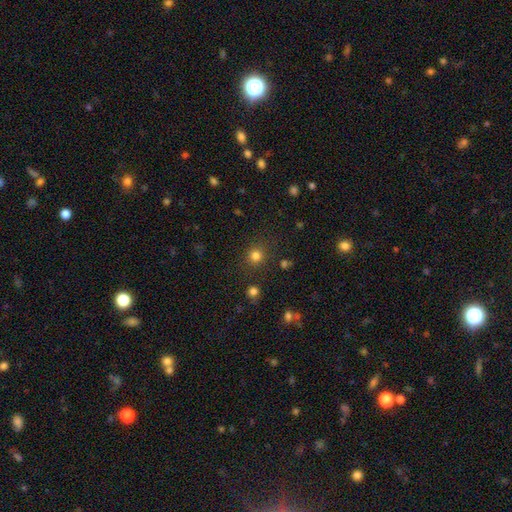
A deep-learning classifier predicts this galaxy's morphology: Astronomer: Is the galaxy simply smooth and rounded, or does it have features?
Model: smooth — 80%.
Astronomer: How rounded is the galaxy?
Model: round — 90%.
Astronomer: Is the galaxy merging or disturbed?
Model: none — 86%.